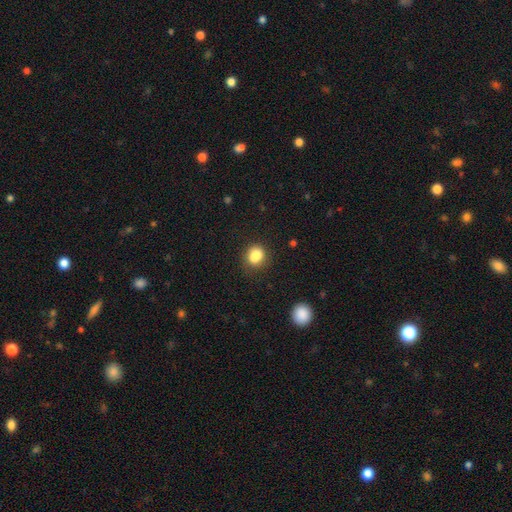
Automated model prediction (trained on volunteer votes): Smooth or featured? smooth (82%)
How rounded? round (60%)
Merging? none (60%)